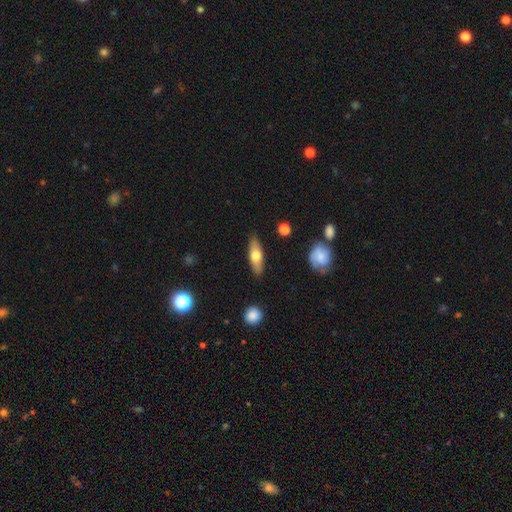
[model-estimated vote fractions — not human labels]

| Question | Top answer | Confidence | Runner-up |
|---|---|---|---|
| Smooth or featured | smooth | 61% | featured or disk (34%) |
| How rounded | in between | 54% | cigar-shaped (43%) |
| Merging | none | 85% | minor disturbance (11%) |